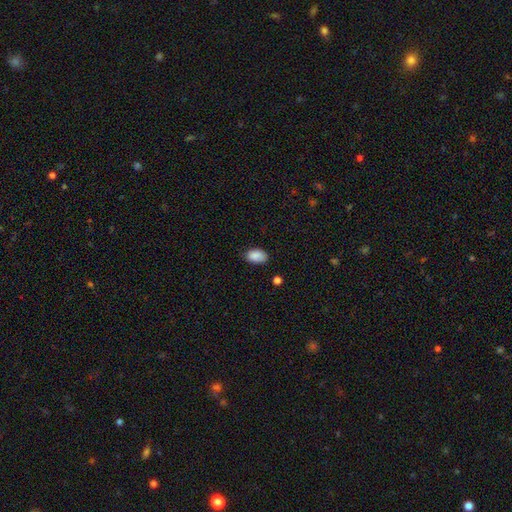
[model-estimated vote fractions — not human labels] smooth-or-featured: smooth: 88% | star or artifact: 7% | featured or disk: 5%
  how-rounded: in between: 91% | round: 8% | cigar-shaped: 1%
  merging: none: 78% | minor disturbance: 18% | major disturbance: 3% | merger: 2%